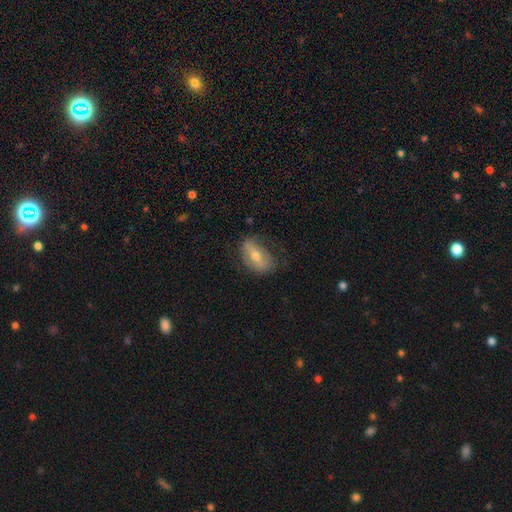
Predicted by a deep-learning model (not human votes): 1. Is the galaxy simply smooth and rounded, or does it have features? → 51% smooth, 41% featured or disk, 8% star or artifact.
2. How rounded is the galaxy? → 85% in between, 11% round, 4% cigar-shaped.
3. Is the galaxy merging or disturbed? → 61% none, 26% minor disturbance, 11% major disturbance, 2% merger.